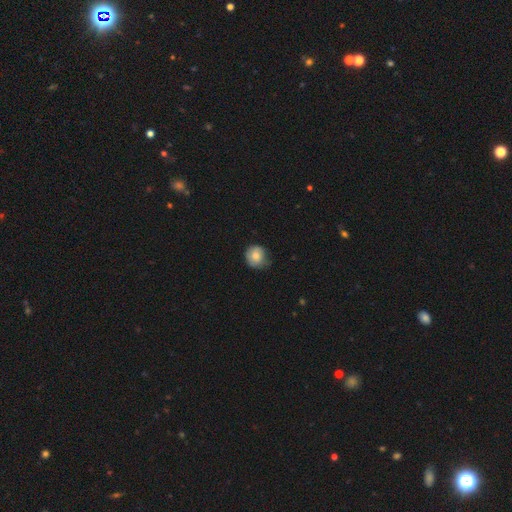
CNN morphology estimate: A smooth galaxy with no disk features (78%) that is round (87%).

Vote fractions:
- Smooth or featured? smooth: 78% / featured or disk: 14% / star or artifact: 8%
- How rounded? round: 87% / in between: 12% / cigar-shaped: 1%
- Merging? none: 59% / minor disturbance: 32% / major disturbance: 7% / merger: 1%